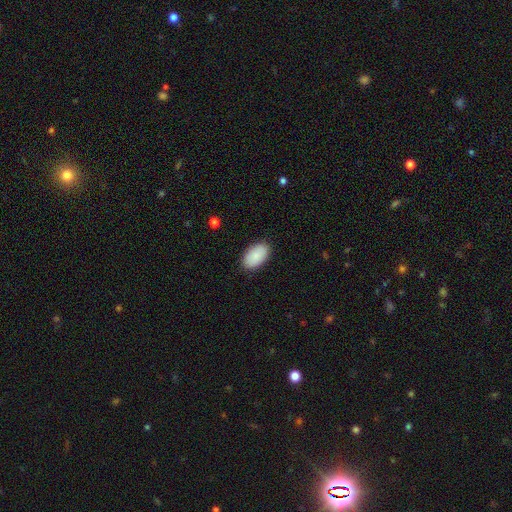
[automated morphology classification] smooth_or_featured: smooth (p=0.90) [alt: star or artifact p=0.06]
how_rounded: in between (p=0.95) [alt: round p=0.04]
merging: none (p=0.88) [alt: minor disturbance p=0.09]